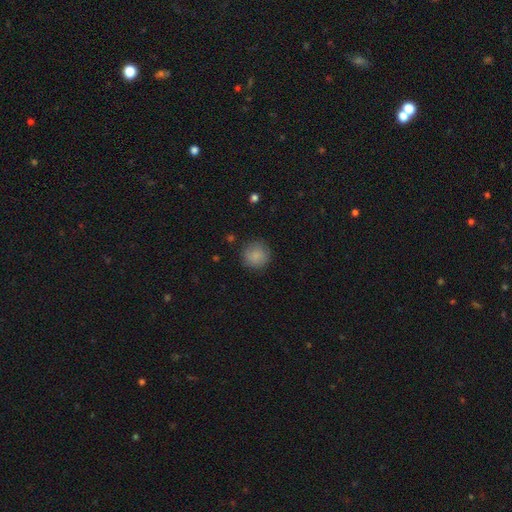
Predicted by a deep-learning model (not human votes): Q: Smooth or featured?
A: smooth (84%); runner-up: star or artifact (8%)
Q: How rounded?
A: round (93%); runner-up: in between (7%)
Q: Merging?
A: none (83%); runner-up: minor disturbance (13%)